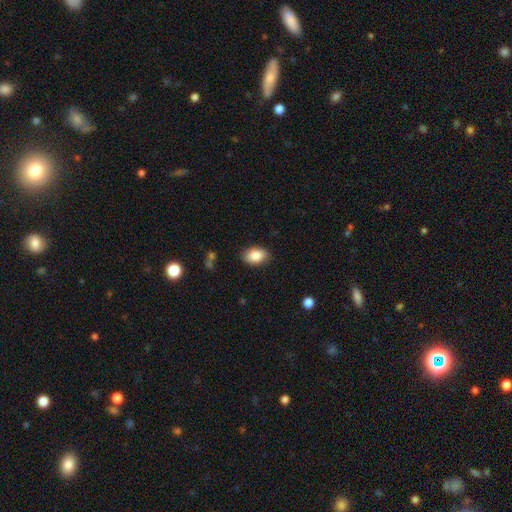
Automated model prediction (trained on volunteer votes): This is clearly a smooth galaxy (86%). How rounded: clearly in between (89%). Merging: clearly none (86%).